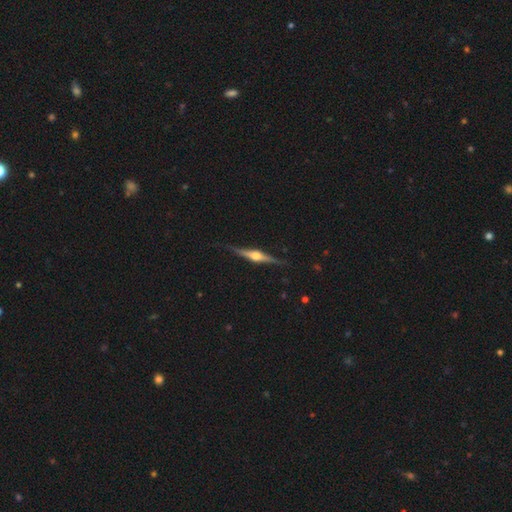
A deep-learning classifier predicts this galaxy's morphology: This is clearly a featured or disk galaxy (84%). It is clearly viewed edge-on (98%). Edge-on bulge: clearly rounded (95%). Merging: clearly none (87%).